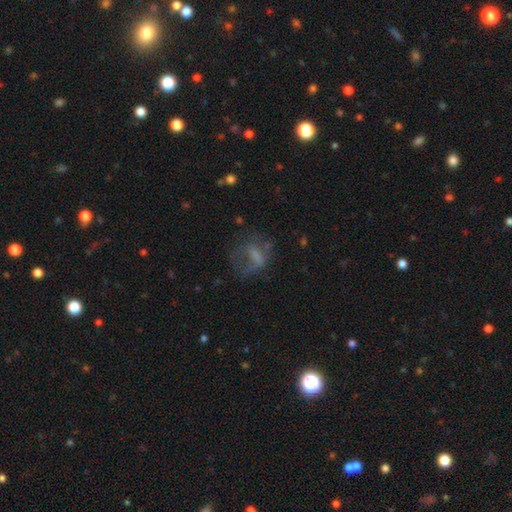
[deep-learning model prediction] A smooth galaxy with no disk features (45%).

Vote fractions:
- Smooth or featured? smooth: 45% / featured or disk: 38% / star or artifact: 17%
- Merging? major disturbance: 39% / none: 38% / minor disturbance: 20% / merger: 3%